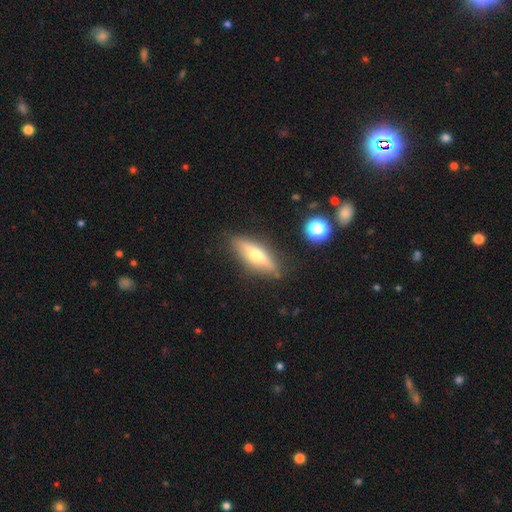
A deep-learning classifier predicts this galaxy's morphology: smooth_or_featured: featured or disk (p=0.59) [alt: smooth p=0.34]
disk_edge_on: yes (p=0.90) [alt: no p=0.10]
edge_on_bulge: rounded (p=0.93) [alt: none p=0.04]
merging: none (p=0.85) [alt: minor disturbance p=0.10]